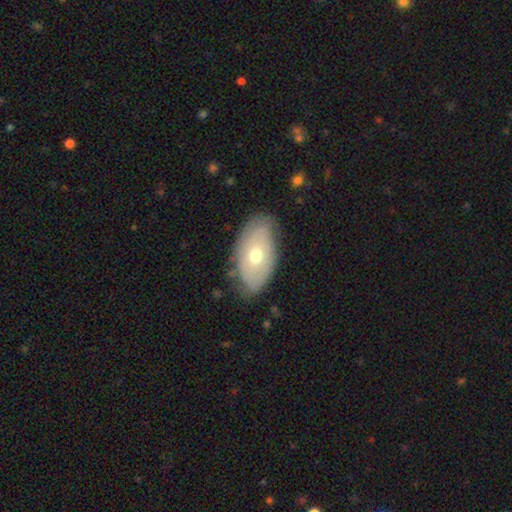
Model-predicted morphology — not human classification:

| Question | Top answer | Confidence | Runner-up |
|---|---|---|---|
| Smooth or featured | smooth | 52% | featured or disk (42%) |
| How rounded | in between | 92% | round (6%) |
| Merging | none | 71% | minor disturbance (23%) |